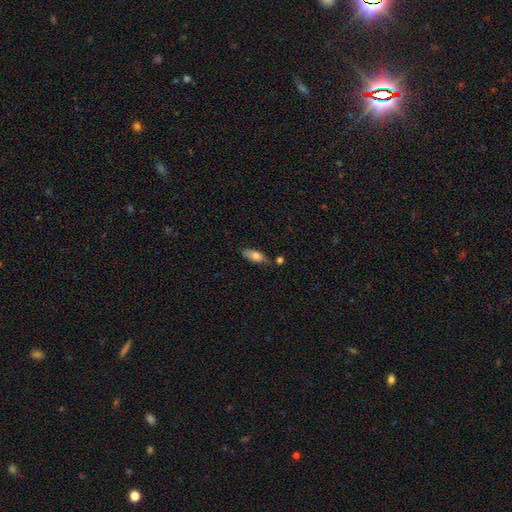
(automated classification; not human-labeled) Q: Smooth or featured?
A: smooth (76%); runner-up: featured or disk (17%)
Q: How rounded?
A: in between (80%); runner-up: cigar-shaped (18%)
Q: Merging?
A: none (62%); runner-up: minor disturbance (23%)